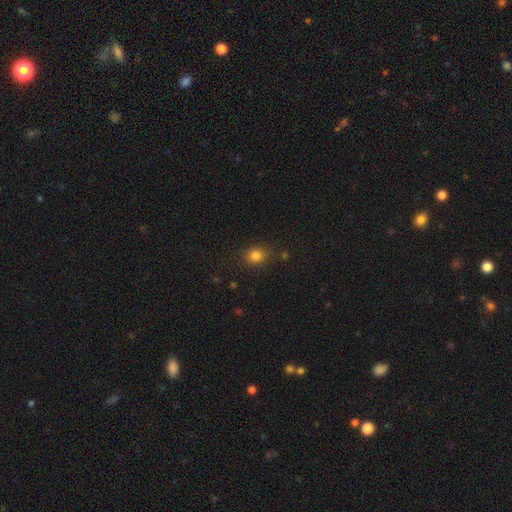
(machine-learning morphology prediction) Q: Smooth or featured?
A: smooth (82%); runner-up: star or artifact (13%)
Q: How rounded?
A: round (71%); runner-up: in between (28%)
Q: Merging?
A: none (82%); runner-up: minor disturbance (12%)